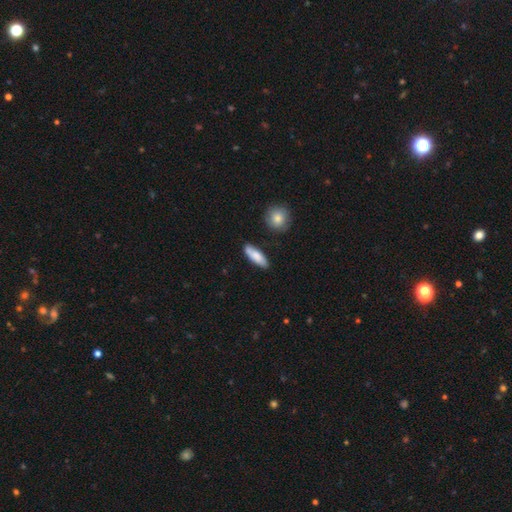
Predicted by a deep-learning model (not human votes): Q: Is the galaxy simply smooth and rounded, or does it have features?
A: smooth — 79%.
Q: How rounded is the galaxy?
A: in between — 51%.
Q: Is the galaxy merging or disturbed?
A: none — 79%.